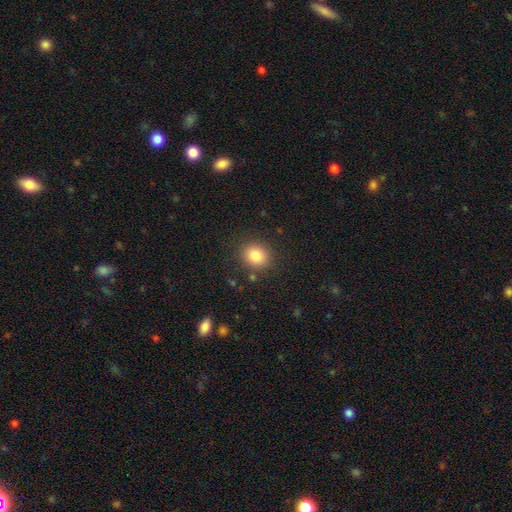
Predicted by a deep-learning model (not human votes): Smooth or featured: smooth — 83% (star or artifact — 10%)
How rounded: round — 78% (in between — 21%)
Merging: none — 87% (minor disturbance — 8%)